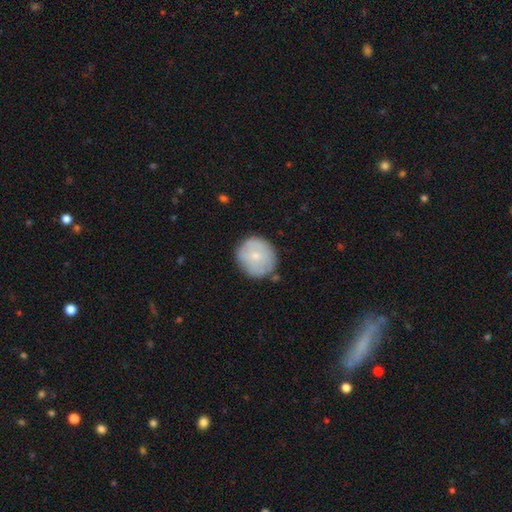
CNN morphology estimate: This appears to be a smooth galaxy with no disk features (65%) that is round (91%). Merging: none (78%).